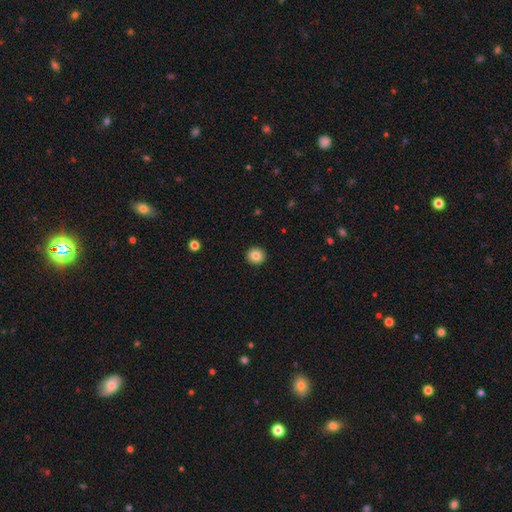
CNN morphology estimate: smooth-or-featured: smooth: 83% | star or artifact: 9% | featured or disk: 8%
  how-rounded: round: 91% | in between: 8% | cigar-shaped: 1%
  merging: none: 93% | minor disturbance: 5% | major disturbance: 2% | merger: 1%